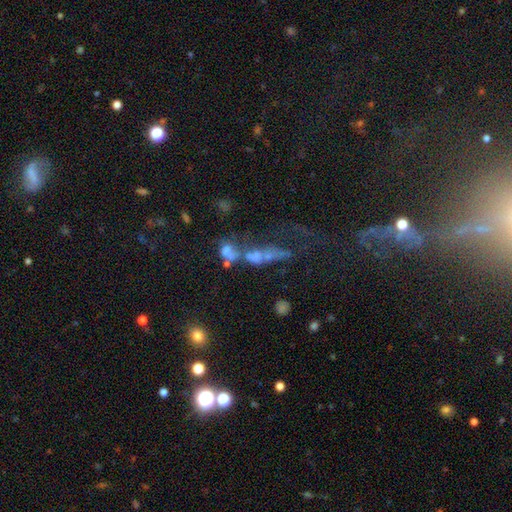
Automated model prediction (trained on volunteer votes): This is marginally a featured or disk galaxy (36%). Merging: marginally merger (43%).